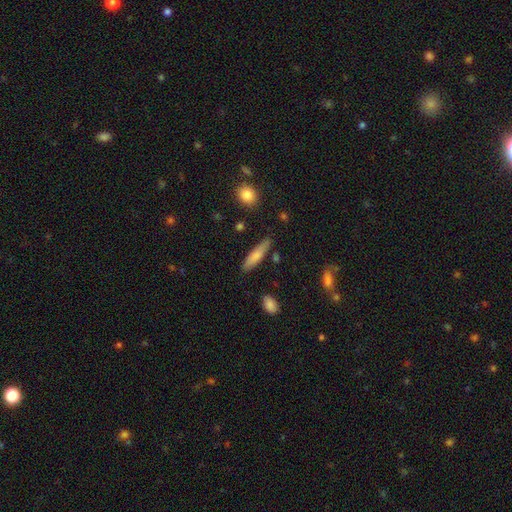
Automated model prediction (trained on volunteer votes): Morphology: type=smooth (76%); roundness=cigar-shaped (78%); merging=none (81%).